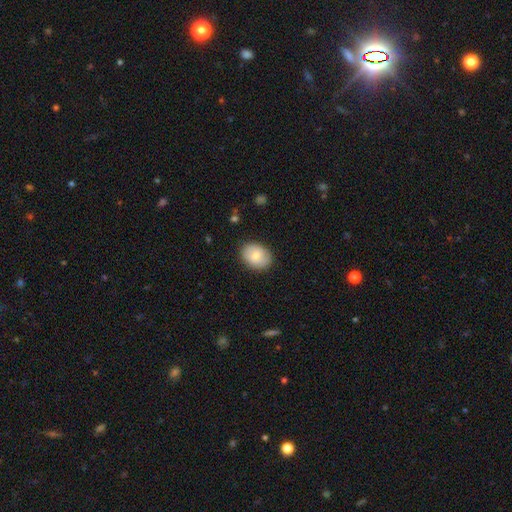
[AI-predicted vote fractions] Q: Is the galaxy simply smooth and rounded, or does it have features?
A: smooth — 72%.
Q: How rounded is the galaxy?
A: in between — 67%.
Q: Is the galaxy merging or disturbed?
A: none — 84%.